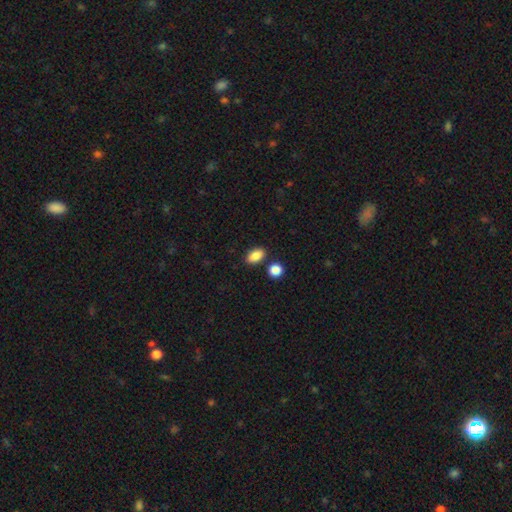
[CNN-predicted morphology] Smooth or featured? Predicted: smooth (p=0.87). How rounded? Predicted: in between (p=0.87). Merging? Predicted: none (p=0.81).